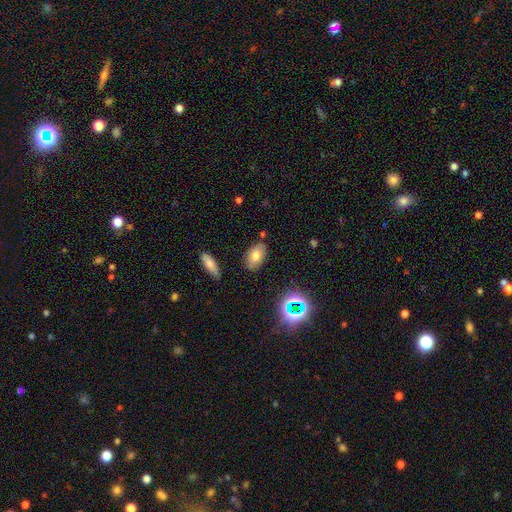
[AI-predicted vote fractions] Smooth or featured: smooth — 70% (featured or disk — 18%)
How rounded: in between — 89% (round — 9%)
Merging: none — 81% (minor disturbance — 13%)